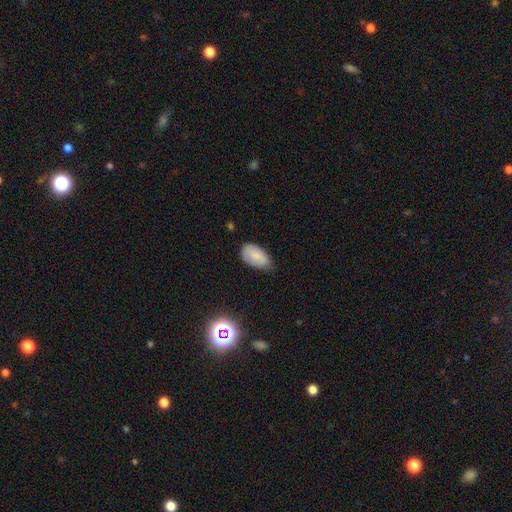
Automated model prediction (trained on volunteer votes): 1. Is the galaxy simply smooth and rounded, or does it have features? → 81% smooth, 11% featured or disk, 8% star or artifact.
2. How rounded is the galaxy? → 94% in between, 4% round, 2% cigar-shaped.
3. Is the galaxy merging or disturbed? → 63% none, 31% minor disturbance, 5% major disturbance, 2% merger.